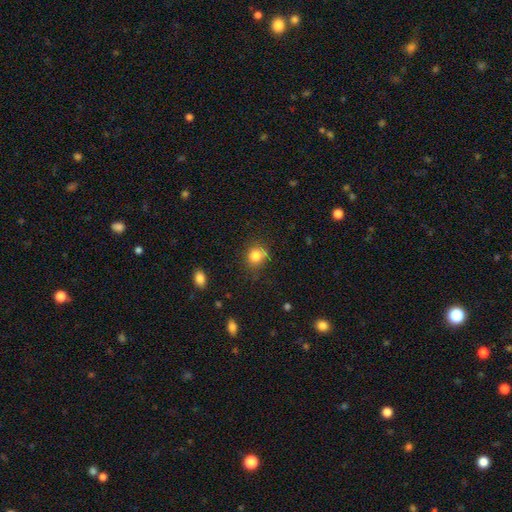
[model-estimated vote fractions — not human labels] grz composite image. It shows a smooth galaxy with no disk features (81%) that is round (76%). Merging: none (63%).